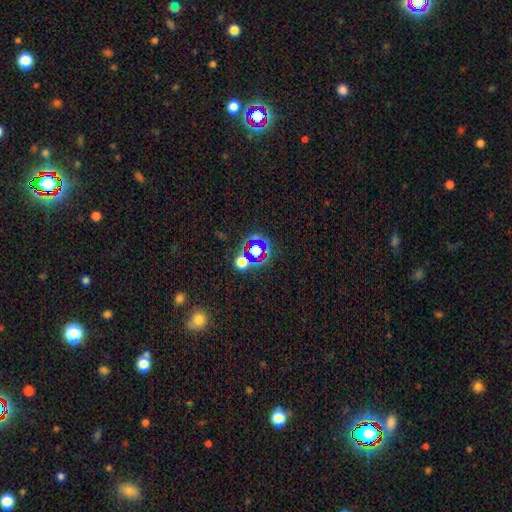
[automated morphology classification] This appears to be a star or artifact, not a galaxy (55%).